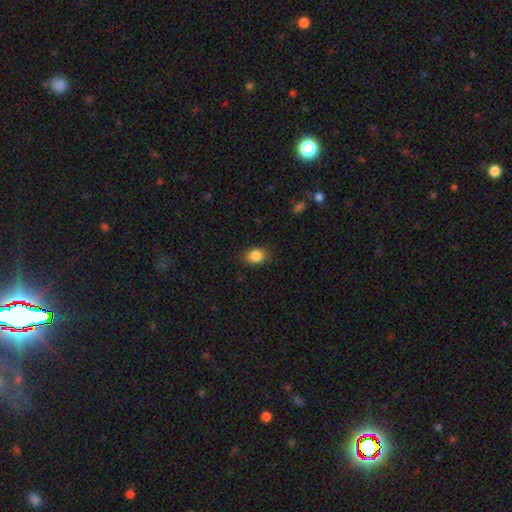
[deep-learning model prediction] Q: Smooth or featured?
A: smooth (87%); runner-up: star or artifact (9%)
Q: How rounded?
A: in between (58%); runner-up: round (41%)
Q: Merging?
A: none (84%); runner-up: minor disturbance (12%)